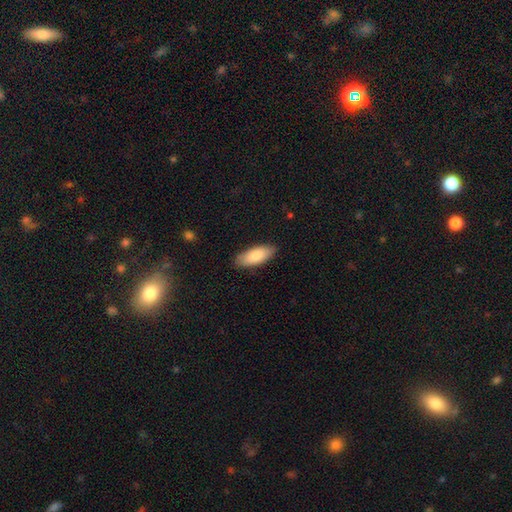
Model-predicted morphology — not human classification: smooth_or_featured: smooth (p=0.84) [alt: featured or disk p=0.11]
how_rounded: in between (p=0.81) [alt: cigar-shaped p=0.17]
merging: none (p=0.86) [alt: minor disturbance p=0.11]